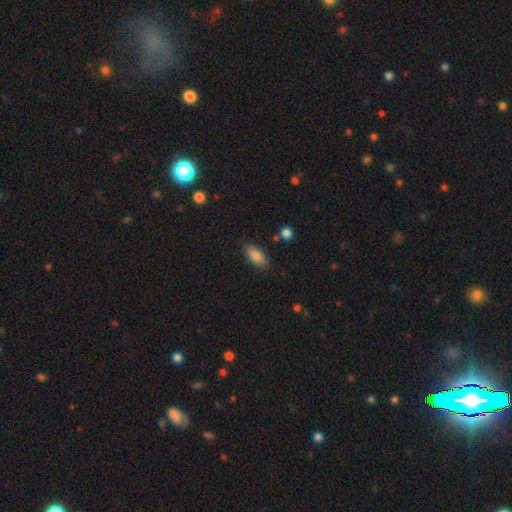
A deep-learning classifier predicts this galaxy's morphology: Smooth or featured? smooth (84%)
How rounded? in between (86%)
Merging? none (82%)